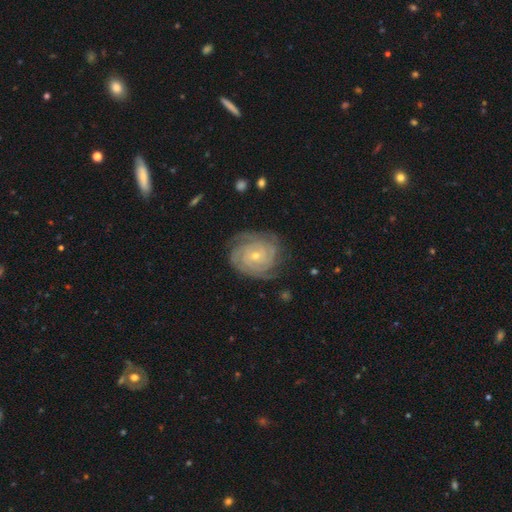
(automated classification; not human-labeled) The model was most divided on "spiral arm count": 3: 25%, can't tell: 24%, 2: 19%, 4: 18%, more than 4: 7%, 1: 6%. More confident: edge-on disk — no (97%); spiral arms — yes (97%); smooth or featured — featured or disk (87%); spiral winding — tight (80%); merging — none (78%); bar — no (73%); bulge size — small (68%).